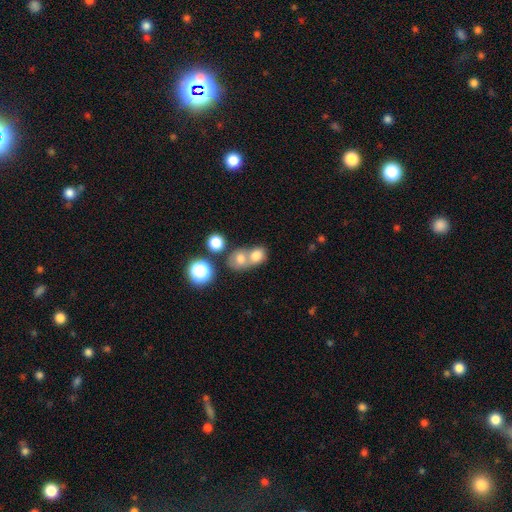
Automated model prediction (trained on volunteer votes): Smooth or featured? Predicted: smooth (p=0.74). How rounded? Predicted: round (p=0.58). Merging? Predicted: merger (p=0.60).